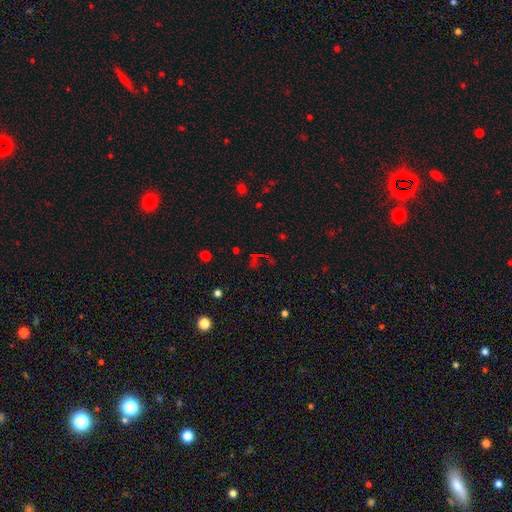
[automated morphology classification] Smooth or featured: star or artifact — 65% (smooth — 25%)